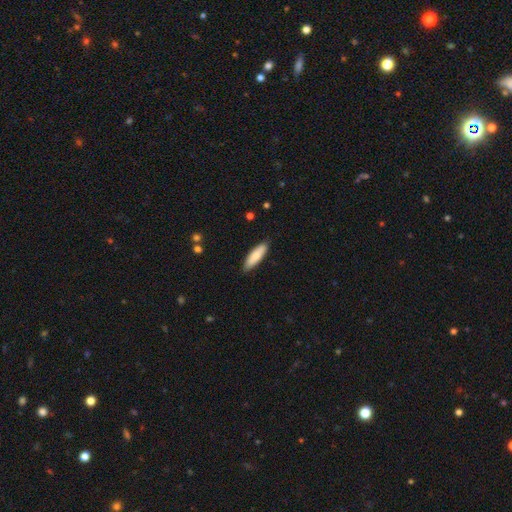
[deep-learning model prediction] Smooth or featured: smooth — 80% (featured or disk — 15%)
How rounded: cigar-shaped — 57% (in between — 41%)
Merging: none — 86% (minor disturbance — 11%)